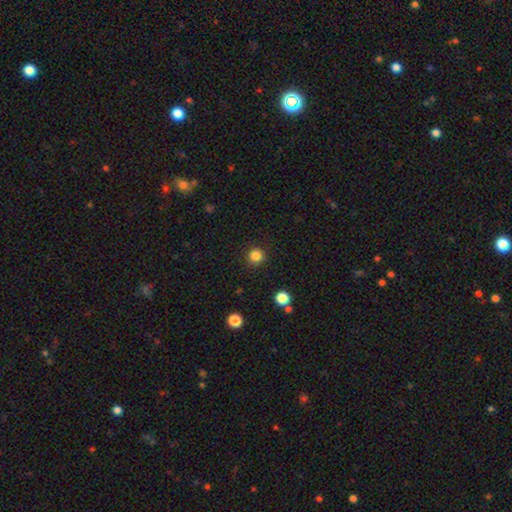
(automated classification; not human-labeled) The model was most divided on "smooth or featured": smooth: 84%, star or artifact: 12%, featured or disk: 4%. More confident: how rounded — round (95%); merging — none (92%).